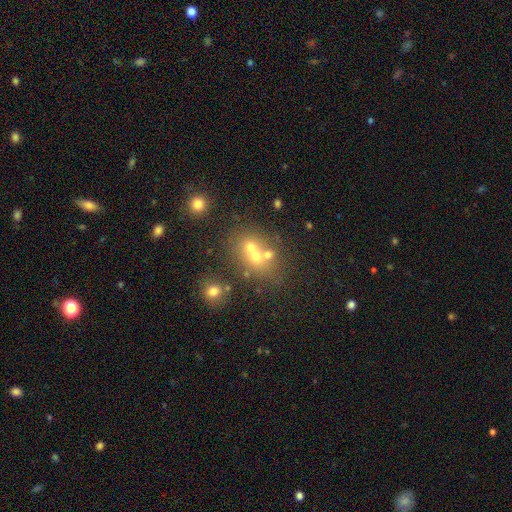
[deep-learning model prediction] Smooth or featured?
  - smooth: 52% *
  - featured or disk: 28%
  - star or artifact: 20%
How rounded?
  - round: 66% *
  - in between: 33%
  - cigar-shaped: 1%
Merging?
  - merger: 52% *
  - none: 35%
  - minor disturbance: 8%
  - major disturbance: 5%